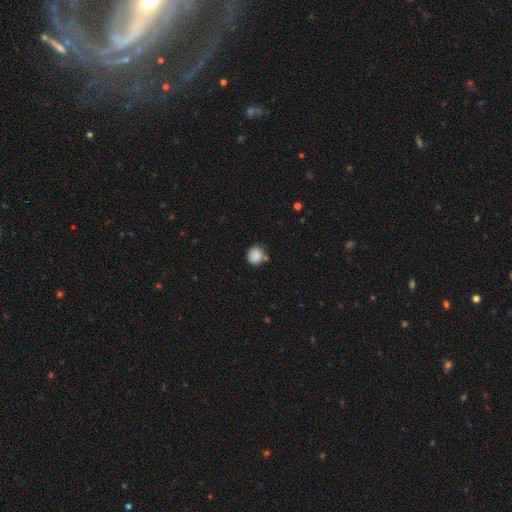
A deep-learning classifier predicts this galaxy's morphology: type=smooth (87%); roundness=round (87%); merging=none (73%).